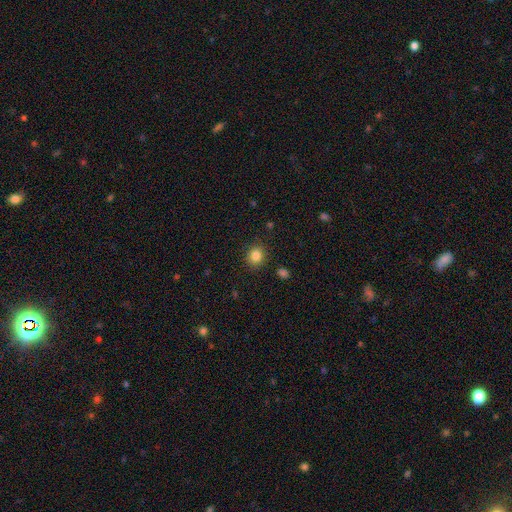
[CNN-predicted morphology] Smooth or featured: smooth — 85% (star or artifact — 11%)
How rounded: round — 80% (in between — 19%)
Merging: none — 89% (minor disturbance — 7%)